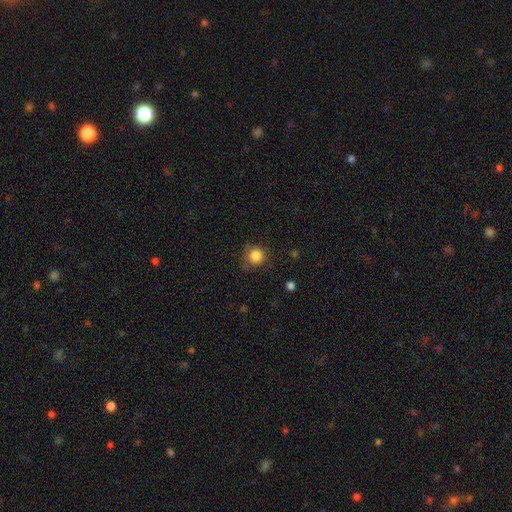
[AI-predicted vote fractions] Q: Smooth or featured?
A: smooth (84%); runner-up: star or artifact (11%)
Q: How rounded?
A: round (90%); runner-up: in between (9%)
Q: Merging?
A: none (73%); runner-up: minor disturbance (19%)